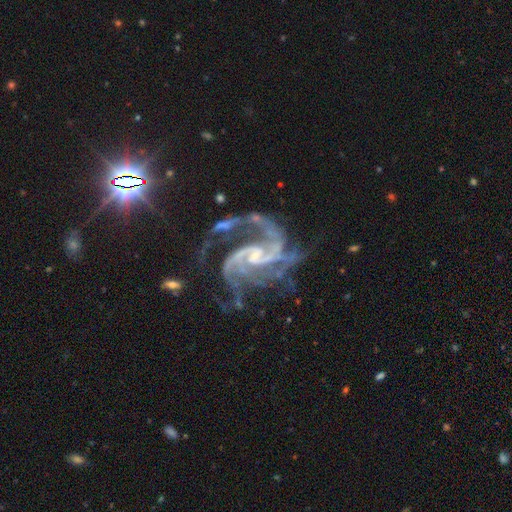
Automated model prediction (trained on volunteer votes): Overall: featured or disk (92%). Edge-on disk: no (98%). Bar: weak (46%; no 34%). Spiral arms: yes (98%). Spiral arm count: 2 (33%; 3 30%). Spiral winding: medium (57%; tight 25%). Bulge size: small (56%; moderate 26%). Merging: none (44%; major disturbance 31%).